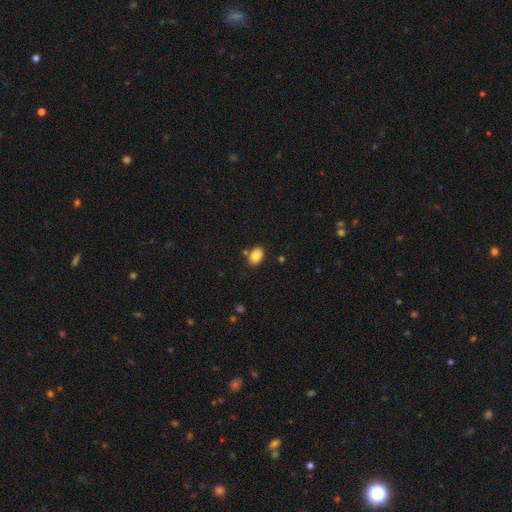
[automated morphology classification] type=smooth (84%); roundness=in between (82%); merging=none (80%).